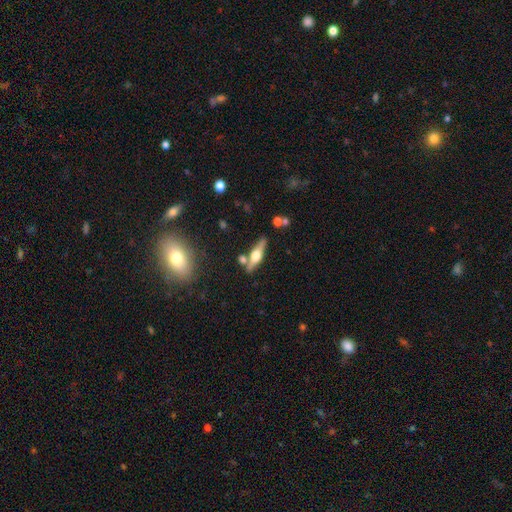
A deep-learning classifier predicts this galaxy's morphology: Smooth or featured: featured or disk — 64% (smooth — 29%)
Edge-on disk: yes — 94% (no — 6%)
Edge-on bulge: rounded — 94% (boxy — 5%)
Merging: none — 76% (minor disturbance — 11%)